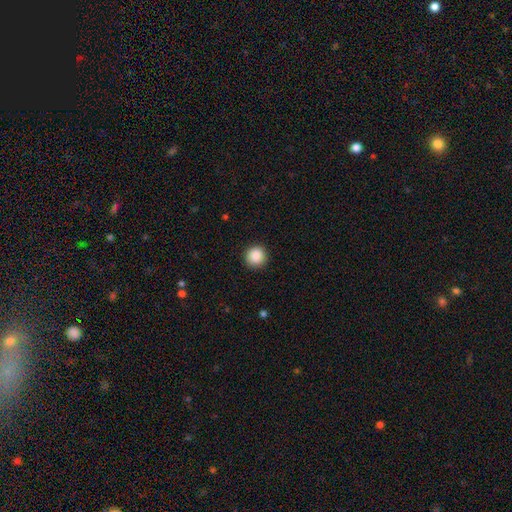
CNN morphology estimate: A smooth galaxy with no disk features (88%) that is round (95%). Merging: none (91%).